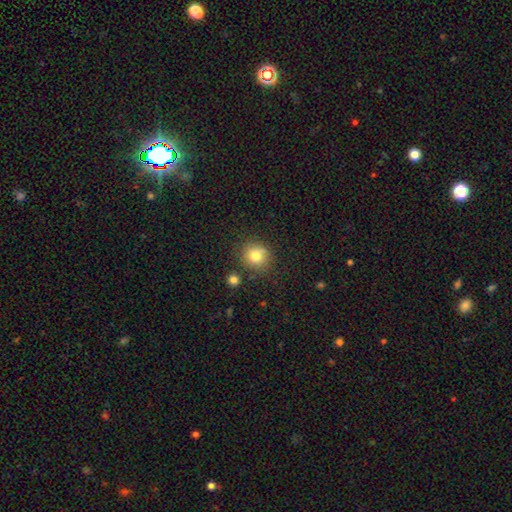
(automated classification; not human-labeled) This is clearly a smooth galaxy (80%). How rounded: clearly round (89%). Merging: clearly none (81%).